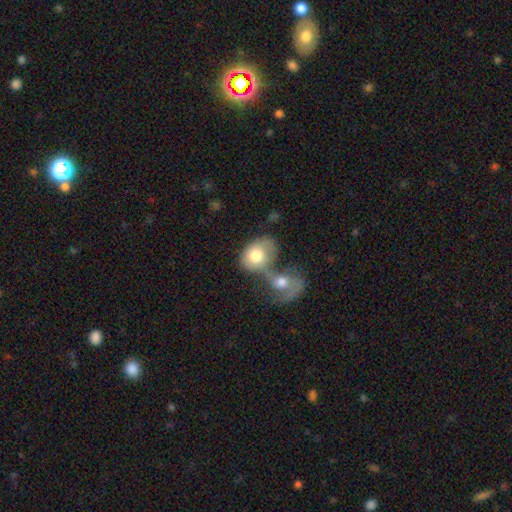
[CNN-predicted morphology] A smooth galaxy with no disk features (65%) that is in between round and cigar-shaped (58%).

Vote fractions:
- Smooth or featured? smooth: 65% / featured or disk: 28% / star or artifact: 7%
- How rounded? in between: 58% / round: 40% / cigar-shaped: 1%
- Merging? merger: 71% / none: 12% / major disturbance: 10% / minor disturbance: 7%